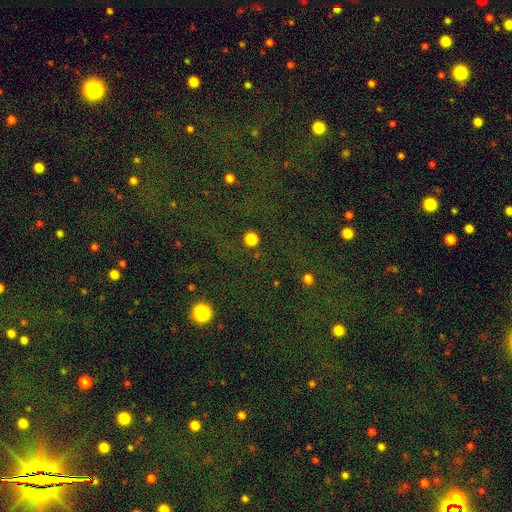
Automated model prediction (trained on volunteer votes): Smooth or featured: star or artifact — 77% (smooth — 15%)